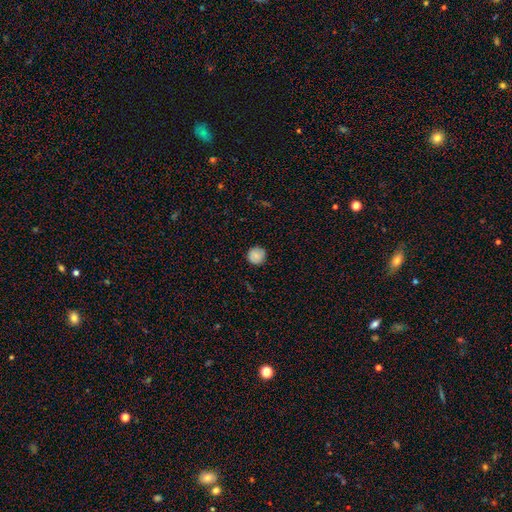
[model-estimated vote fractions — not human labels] Smooth or featured: smooth — 85% (star or artifact — 8%)
How rounded: round — 95% (in between — 4%)
Merging: none — 88% (minor disturbance — 9%)